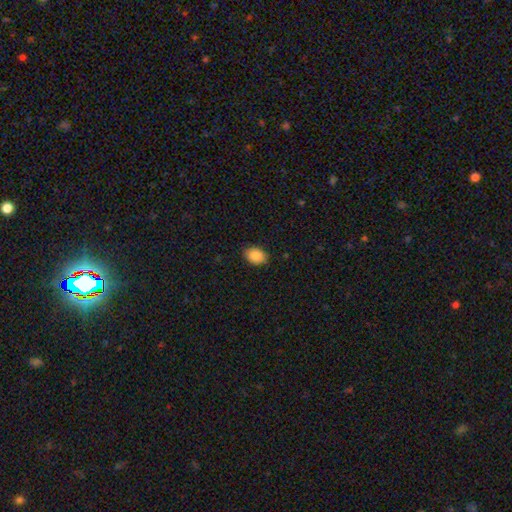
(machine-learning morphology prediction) Smooth or featured? Predicted: smooth (p=0.88). How rounded? Predicted: in between (p=0.76). Merging? Predicted: none (p=0.87).